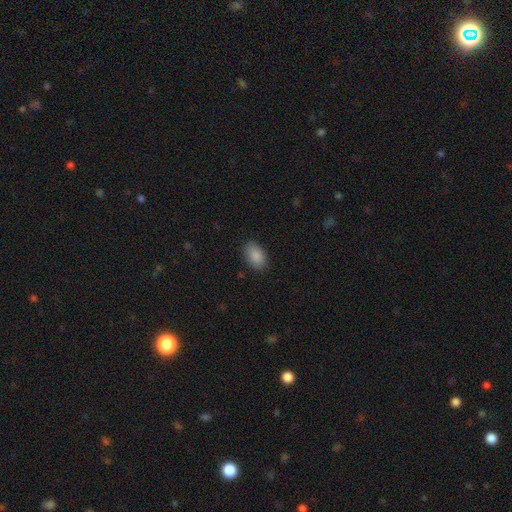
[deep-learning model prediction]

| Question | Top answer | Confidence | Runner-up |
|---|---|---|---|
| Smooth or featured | smooth | 88% | star or artifact (7%) |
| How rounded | in between | 91% | round (8%) |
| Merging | none | 87% | minor disturbance (10%) |